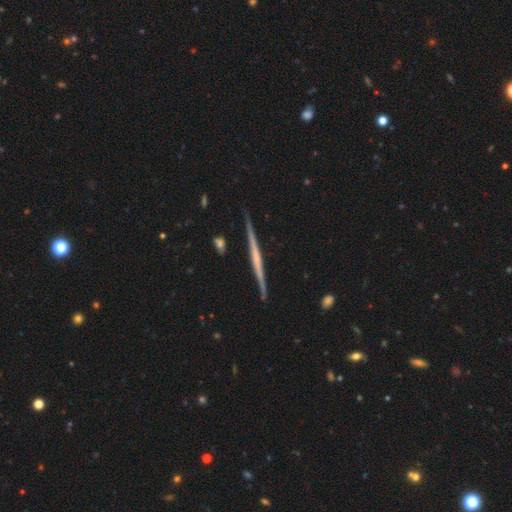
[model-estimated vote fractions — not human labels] A featured or disk galaxy (71%) viewed edge-on (98%) with no central bulge (51%).

Vote fractions:
- Smooth or featured? featured or disk: 71% / smooth: 22% / star or artifact: 7%
- Edge-on disk? yes: 98% / no: 2%
- Edge-on bulge? none: 51% / rounded: 39% / boxy: 10%
- Merging? none: 90% / minor disturbance: 7% / merger: 1% / major disturbance: 1%